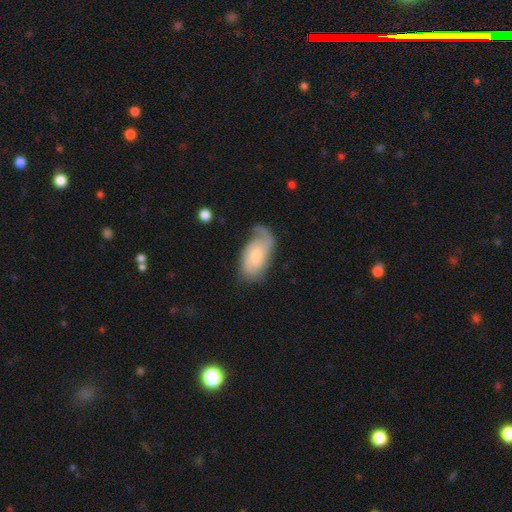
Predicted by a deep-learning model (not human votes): Q: Smooth or featured?
A: featured or disk (60%); runner-up: smooth (34%)
Q: Edge-on disk?
A: no (95%); runner-up: yes (5%)
Q: Bar?
A: no (69%); runner-up: weak (27%)
Q: Spiral arms?
A: yes (88%); runner-up: no (12%)
Q: Spiral winding?
A: medium (38%); runner-up: tight (31%)
Q: Spiral arm count?
A: 2 (40%); runner-up: 1 (35%)
Q: Bulge size?
A: small (59%); runner-up: moderate (31%)
Q: Merging?
A: none (51%); runner-up: minor disturbance (28%)